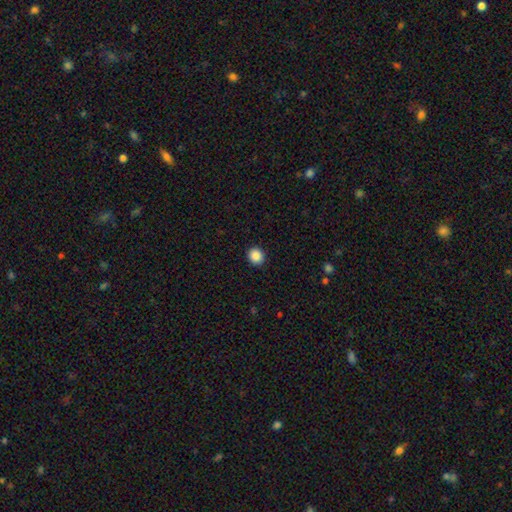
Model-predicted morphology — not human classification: The model was most divided on "how rounded": round: 86%, in between: 13%, cigar-shaped: 1%. More confident: merging — none (92%); smooth or featured — smooth (88%).